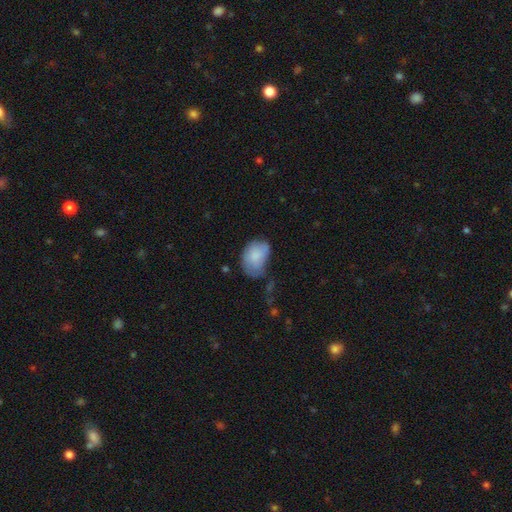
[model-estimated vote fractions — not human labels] Smooth or featured? Predicted: smooth (p=0.78). How rounded? Predicted: in between (p=0.78). Merging? Predicted: minor disturbance (p=0.39).